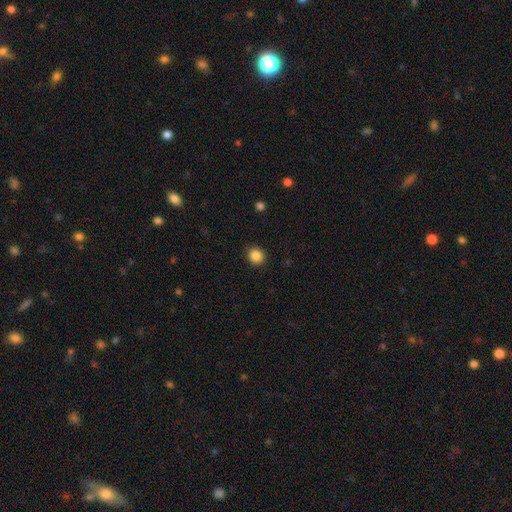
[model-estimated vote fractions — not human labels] This appears to be a smooth galaxy with no disk features (86%) that is round (86%). Merging: none (91%).